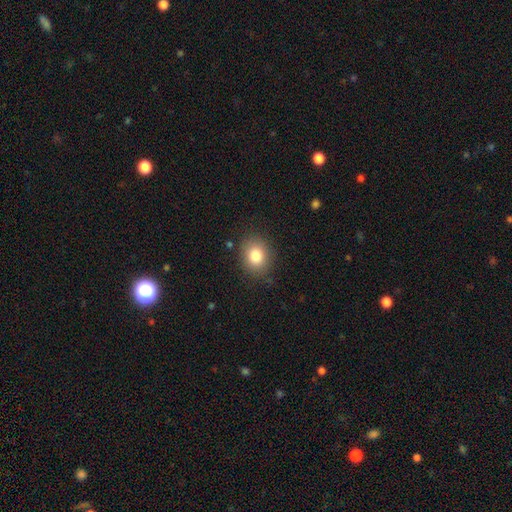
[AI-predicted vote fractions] smooth_or_featured: smooth (p=0.82) [alt: star or artifact p=0.10]
how_rounded: round (p=0.59) [alt: in between p=0.40]
merging: none (p=0.85) [alt: minor disturbance p=0.10]